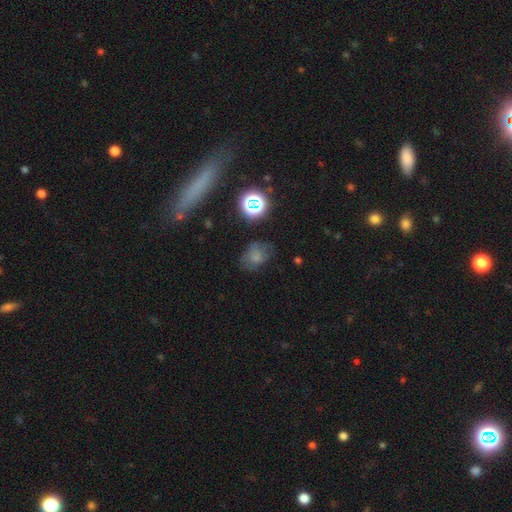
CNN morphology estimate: This is likely a smooth galaxy (64%). How rounded: likely in between (68%). Merging: possibly none (56%).